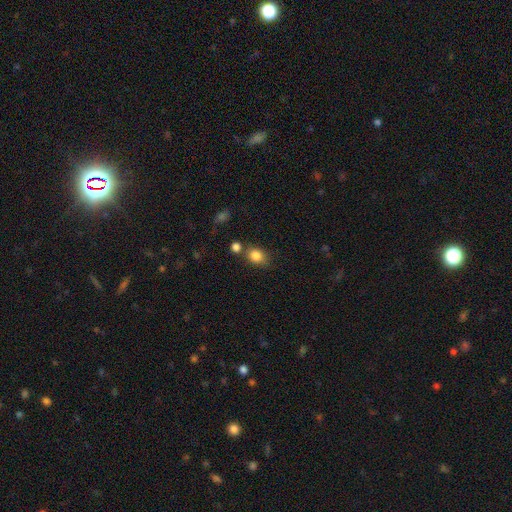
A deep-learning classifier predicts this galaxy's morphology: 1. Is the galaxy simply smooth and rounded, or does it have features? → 84% smooth, 10% star or artifact, 6% featured or disk.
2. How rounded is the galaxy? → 50% round, 49% in between, 1% cigar-shaped.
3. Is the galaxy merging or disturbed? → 65% none, 15% minor disturbance, 15% merger, 5% major disturbance.